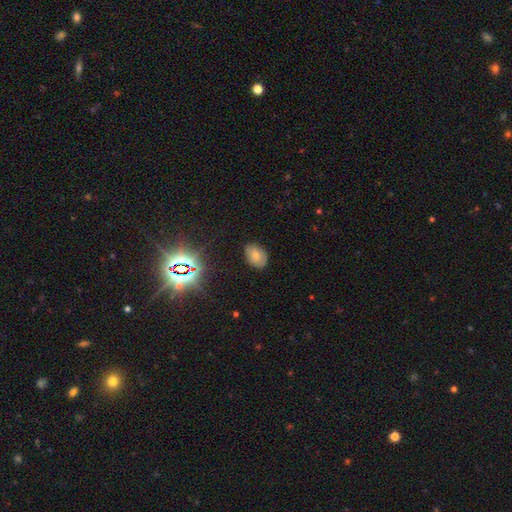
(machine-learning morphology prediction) smooth 69%, star or artifact 16%, featured or disk 16%. Down the decision tree: how rounded — in between (82%); merging — none (83%).